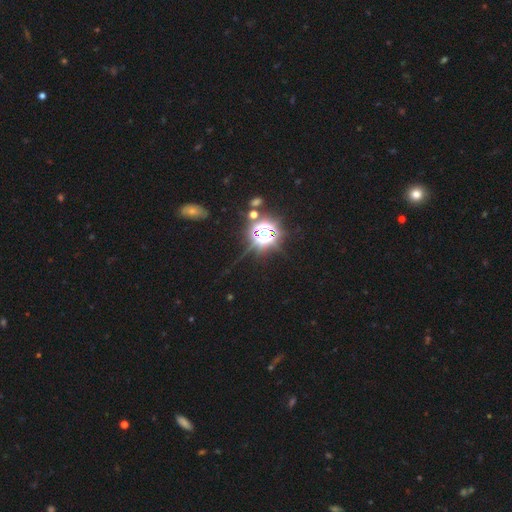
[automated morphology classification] A star or artifact, not a galaxy (76%).

Vote fractions:
- Smooth or featured? star or artifact: 76% / smooth: 14% / featured or disk: 10%